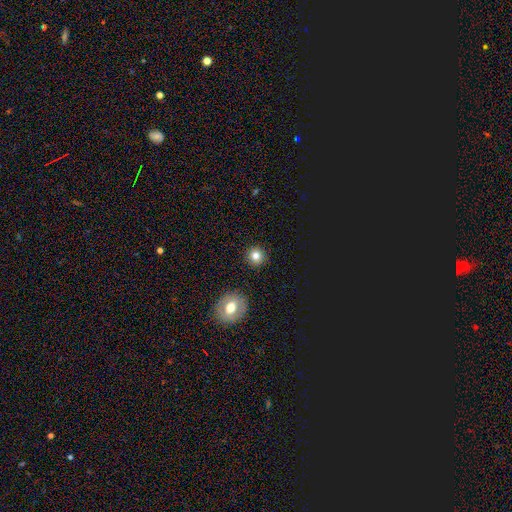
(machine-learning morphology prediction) Q: Smooth or featured?
A: smooth (78%); runner-up: star or artifact (14%)
Q: How rounded?
A: round (93%); runner-up: in between (6%)
Q: Merging?
A: none (90%); runner-up: minor disturbance (6%)